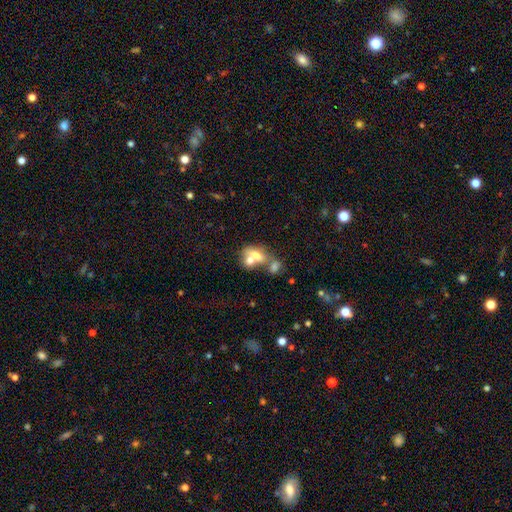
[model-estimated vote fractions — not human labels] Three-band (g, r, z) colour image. It shows a smooth galaxy with no disk features (62%) that is in between round and cigar-shaped (69%). Merging: merger (64%).